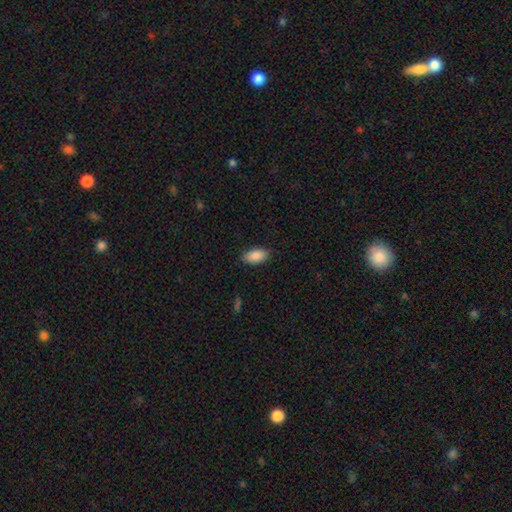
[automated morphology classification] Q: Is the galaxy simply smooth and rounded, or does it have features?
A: smooth — 89%.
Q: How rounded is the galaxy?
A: in between — 93%.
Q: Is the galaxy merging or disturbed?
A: none — 85%.